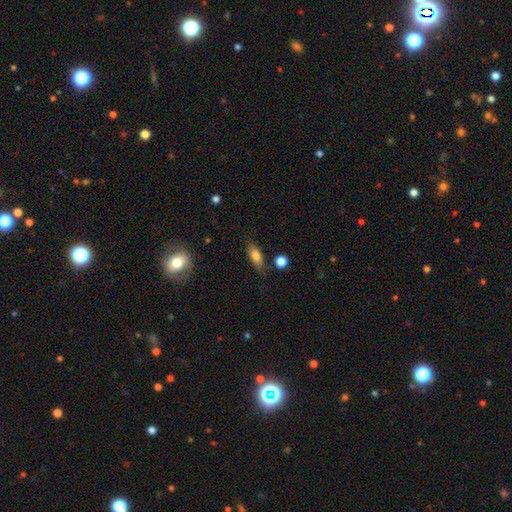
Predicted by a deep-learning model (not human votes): Smooth or featured?
  - smooth: 75% *
  - featured or disk: 17%
  - star or artifact: 8%
How rounded?
  - in between: 72% *
  - cigar-shaped: 23%
  - round: 5%
Merging?
  - none: 75% *
  - minor disturbance: 17%
  - merger: 4%
  - major disturbance: 4%